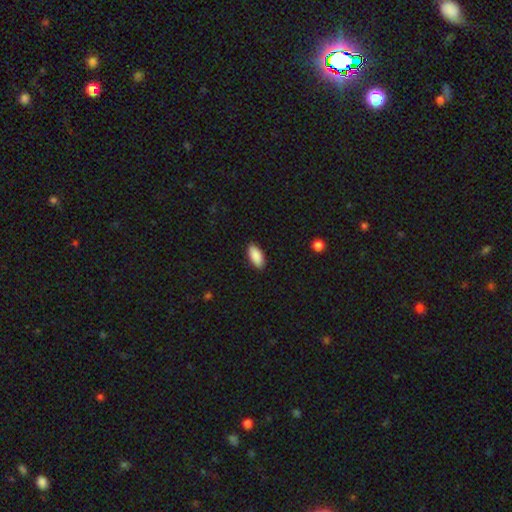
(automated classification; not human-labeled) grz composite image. It shows a smooth galaxy with no disk features (90%) that is in between round and cigar-shaped (90%). Merging: none (89%).